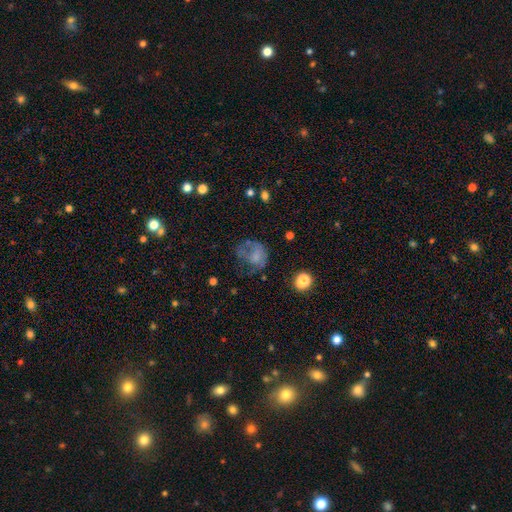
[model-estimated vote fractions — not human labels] Smooth or featured? Predicted: smooth (p=0.56). How rounded? Predicted: round (p=0.57). Merging? Predicted: major disturbance (p=0.39).